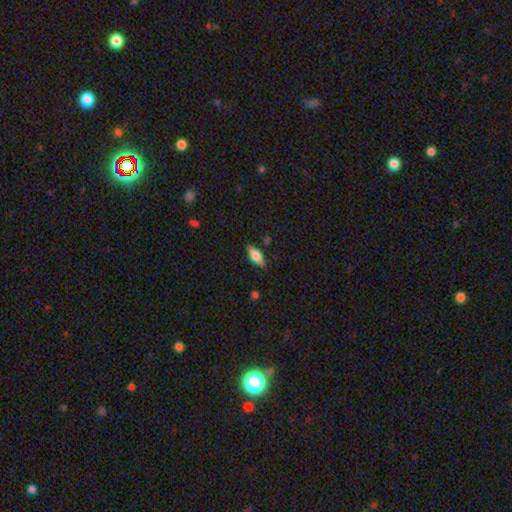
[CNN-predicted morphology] smooth 57%, featured or disk 36%, star or artifact 7%. Down the decision tree: how rounded — in between (73%); merging — none (83%).